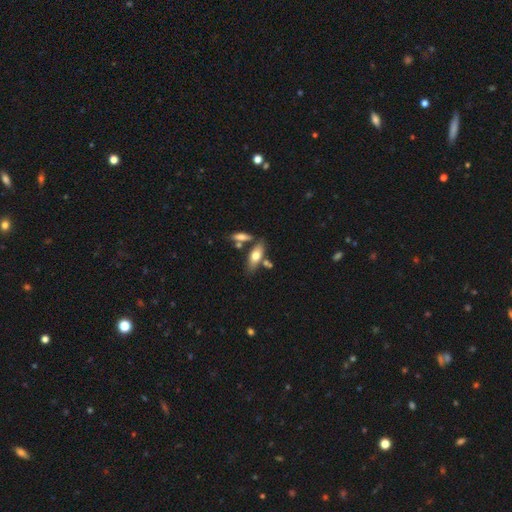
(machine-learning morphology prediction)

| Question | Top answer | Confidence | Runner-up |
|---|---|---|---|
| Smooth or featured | smooth | 63% | featured or disk (31%) |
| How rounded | in between | 70% | cigar-shaped (27%) |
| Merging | none | 63% | merger (21%) |